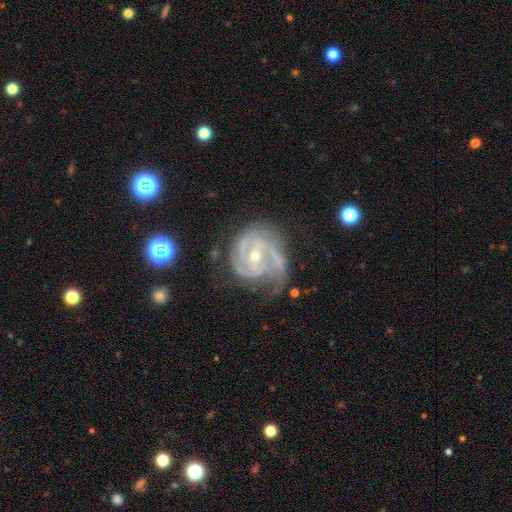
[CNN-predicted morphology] Smooth or featured: featured or disk — 91% (star or artifact — 5%)
Edge-on disk: no — 98% (yes — 2%)
Bar: weak — 43% (no — 32%)
Spiral arms: yes — 98% (no — 2%)
Spiral winding: tight — 53% (medium — 40%)
Spiral arm count: 3 — 42% (2 — 28%)
Bulge size: small — 60% (moderate — 38%)
Merging: none — 54% (minor disturbance — 26%)